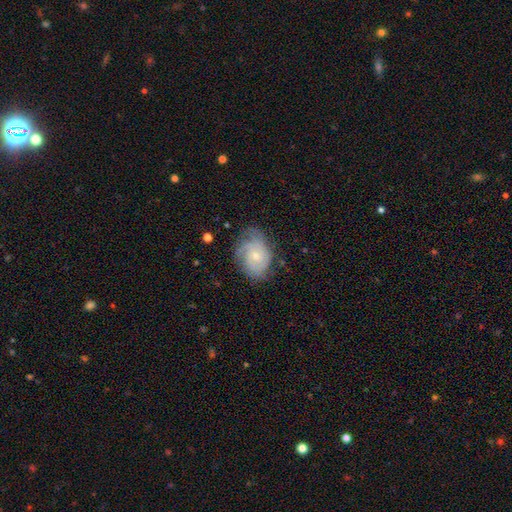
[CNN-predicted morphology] Overall: featured or disk (69%). Edge-on disk: no (97%). Bar: no (72%). Spiral arms: yes (90%). Spiral arm count: can't tell (38%; 3 23%). Spiral winding: tight (56%; medium 33%). Bulge size: small (62%; moderate 33%). Merging: none (63%; minor disturbance 26%).